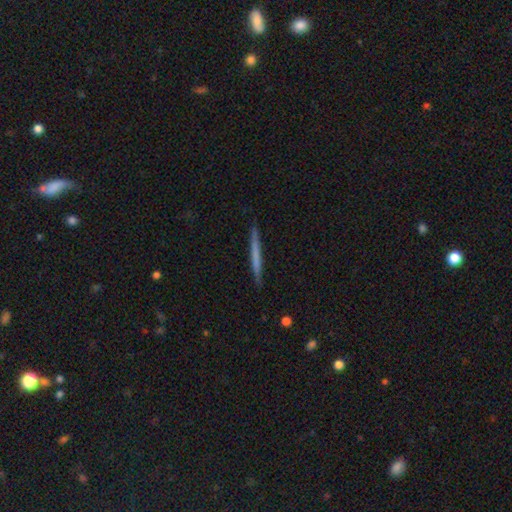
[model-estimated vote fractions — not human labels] Smooth or featured?
  - smooth: 55% *
  - featured or disk: 40%
  - star or artifact: 5%
How rounded?
  - cigar-shaped: 97% *
  - in between: 2%
  - round: 1%
Merging?
  - none: 90% *
  - minor disturbance: 7%
  - major disturbance: 1%
  - merger: 1%